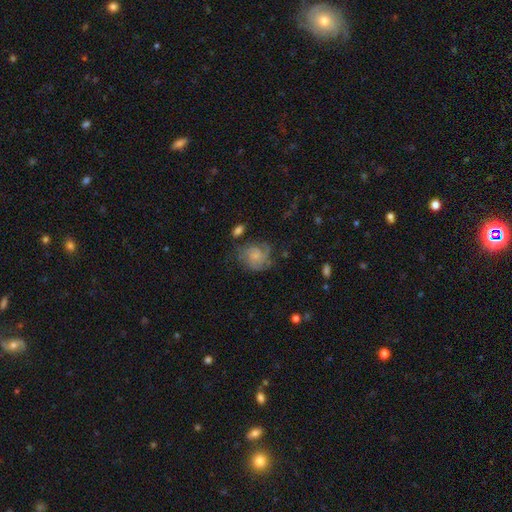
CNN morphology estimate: smooth_or_featured: featured or disk (p=0.56) [alt: smooth p=0.35]
disk_edge_on: no (p=0.98) [alt: yes p=0.02]
bar: no (p=0.76) [alt: weak p=0.21]
has_spiral_arms: yes (p=0.85) [alt: no p=0.15]
bulge_size: small (p=0.54) [alt: moderate p=0.22]
merging: none (p=0.55) [alt: minor disturbance p=0.25]